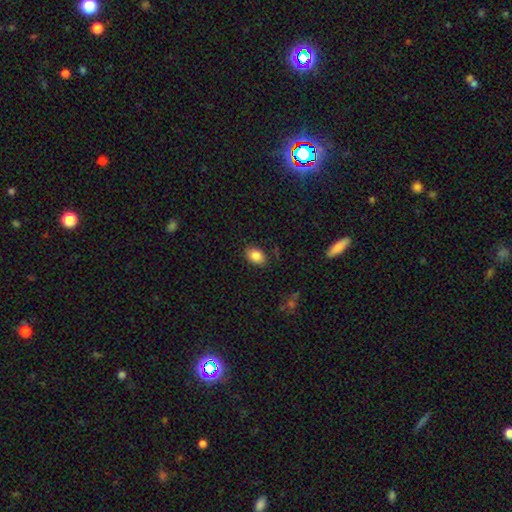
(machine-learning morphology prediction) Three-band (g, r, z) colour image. It shows a smooth galaxy with no disk features (85%) that is in between round and cigar-shaped (77%). Merging: none (83%).